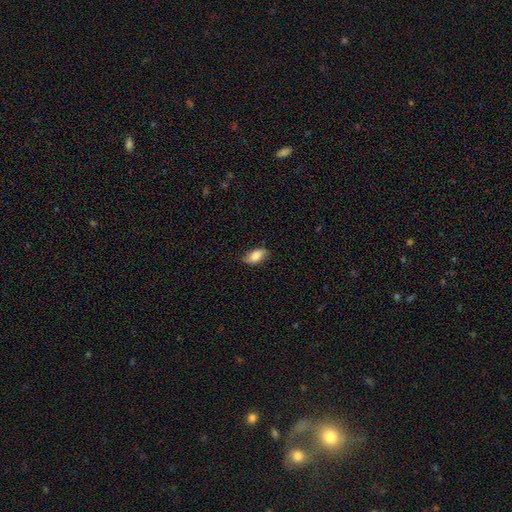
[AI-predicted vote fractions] Smooth or featured?
  - smooth: 81% *
  - featured or disk: 12%
  - star or artifact: 7%
How rounded?
  - in between: 91% *
  - cigar-shaped: 5%
  - round: 4%
Merging?
  - none: 81% *
  - minor disturbance: 15%
  - major disturbance: 3%
  - merger: 1%